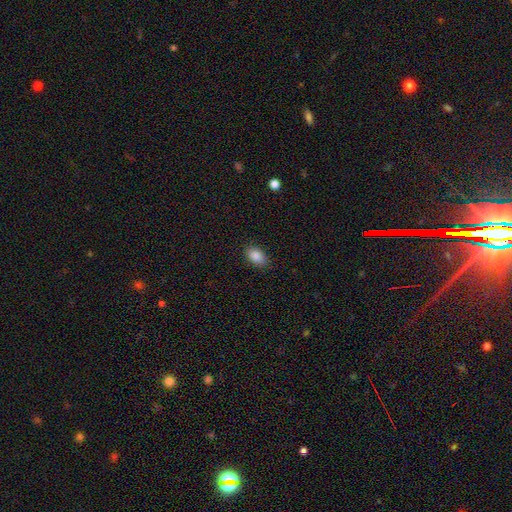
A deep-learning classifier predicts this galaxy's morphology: This is clearly a smooth galaxy (88%). How rounded: clearly in between (90%). Merging: clearly none (86%).